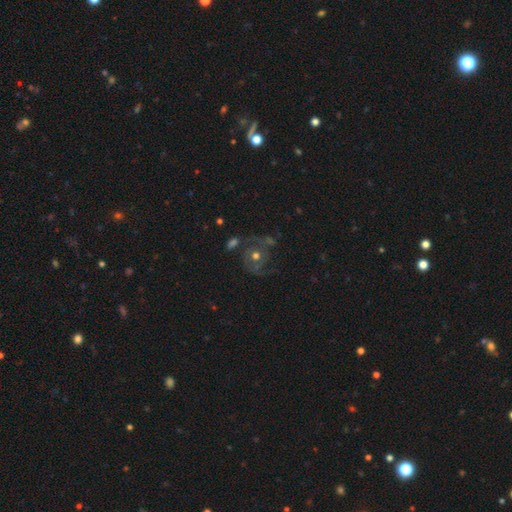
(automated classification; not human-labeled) Smooth or featured? featured or disk (64%)
Edge-on disk? no (97%)
Bar? no (84%)
Spiral arms? yes (71%)
Bulge size? moderate (75%)
Merging? none (56%)